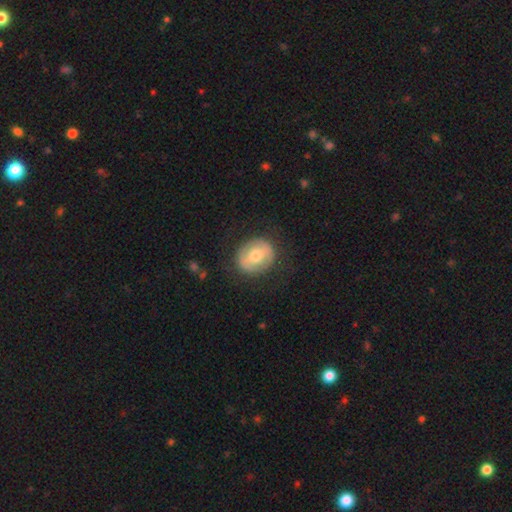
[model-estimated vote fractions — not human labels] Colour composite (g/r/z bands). It shows a smooth galaxy with no disk features (49%). Merging: none (83%).